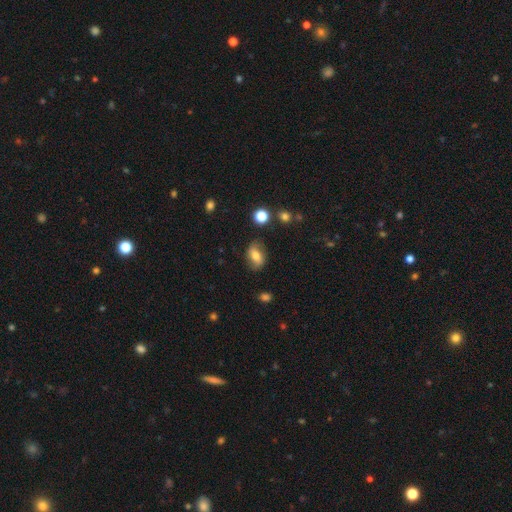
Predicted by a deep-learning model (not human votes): The model was most divided on "smooth or featured": smooth: 60%, featured or disk: 30%, star or artifact: 9%. More confident: how rounded — in between (79%); merging — none (78%).